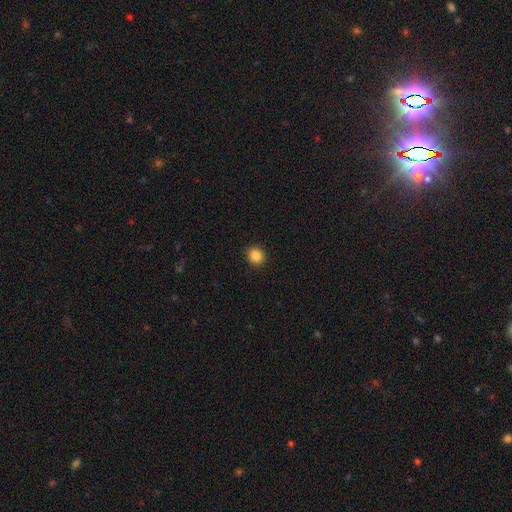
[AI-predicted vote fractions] Overall: smooth (86%). How rounded: round (80%). Merging: none (92%).